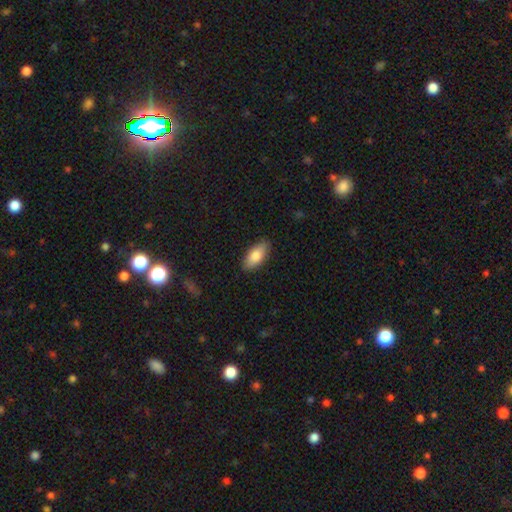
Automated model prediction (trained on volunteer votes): Smooth or featured? Predicted: smooth (p=0.81). How rounded? Predicted: in between (p=0.89). Merging? Predicted: none (p=0.87).